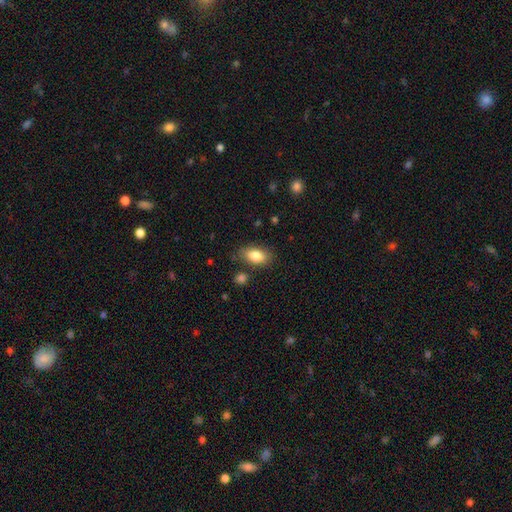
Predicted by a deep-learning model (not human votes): Smooth or featured?
  - smooth: 83% *
  - featured or disk: 10%
  - star or artifact: 7%
How rounded?
  - in between: 89% *
  - round: 8%
  - cigar-shaped: 3%
Merging?
  - none: 79% *
  - minor disturbance: 13%
  - merger: 4%
  - major disturbance: 3%